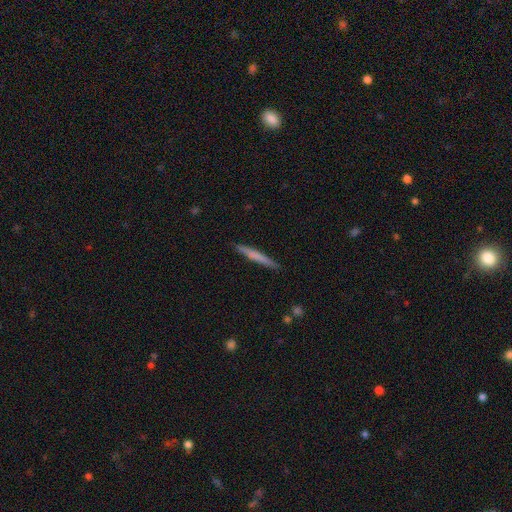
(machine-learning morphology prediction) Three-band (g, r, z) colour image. It shows a smooth galaxy with no disk features (62%) that is cigar-shaped (96%). Merging: none (90%).